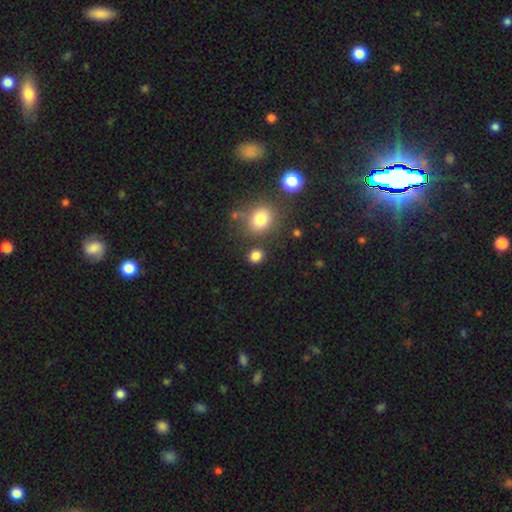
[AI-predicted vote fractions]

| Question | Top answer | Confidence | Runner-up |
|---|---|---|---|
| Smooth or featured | smooth | 82% | star or artifact (13%) |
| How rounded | round | 65% | in between (34%) |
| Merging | none | 80% | minor disturbance (10%) |